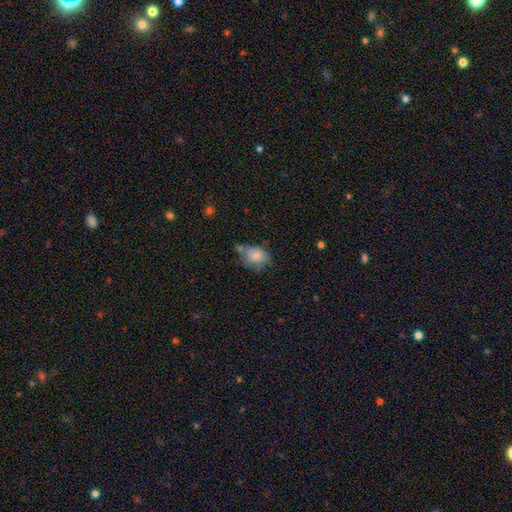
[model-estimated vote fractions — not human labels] A smooth galaxy with no disk features (82%) that is in between round and cigar-shaped (58%). Merging: none (45%).